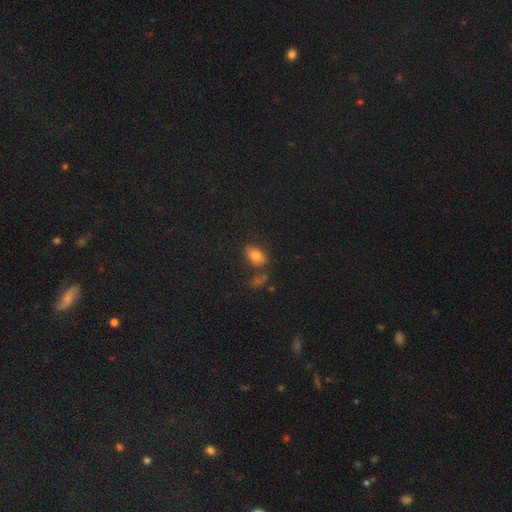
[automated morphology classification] A smooth galaxy with no disk features (77%) that is in between round and cigar-shaped (85%).

Vote fractions:
- Smooth or featured? smooth: 77% / star or artifact: 13% / featured or disk: 11%
- How rounded? in between: 85% / round: 12% / cigar-shaped: 3%
- Merging? none: 65% / minor disturbance: 18% / merger: 10% / major disturbance: 6%